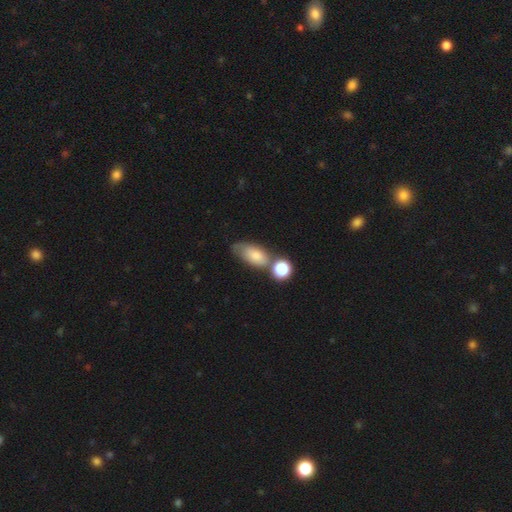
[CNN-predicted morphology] Smooth or featured? smooth (74%)
How rounded? in between (85%)
Merging? none (44%)